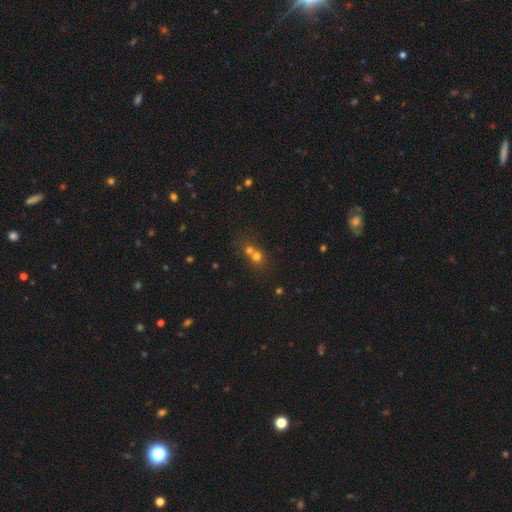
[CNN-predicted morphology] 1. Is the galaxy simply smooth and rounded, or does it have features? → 61% smooth, 24% star or artifact, 15% featured or disk.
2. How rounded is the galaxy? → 81% round, 17% in between, 1% cigar-shaped.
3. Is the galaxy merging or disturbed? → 53% merger, 38% none, 5% minor disturbance, 3% major disturbance.